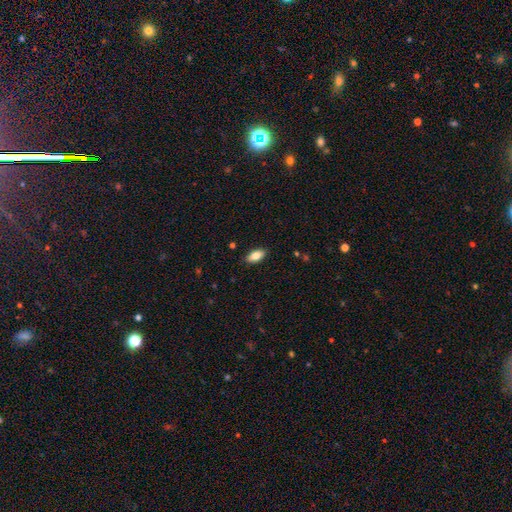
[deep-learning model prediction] This is clearly a smooth galaxy (83%). How rounded: clearly in between (88%). Merging: clearly none (88%).